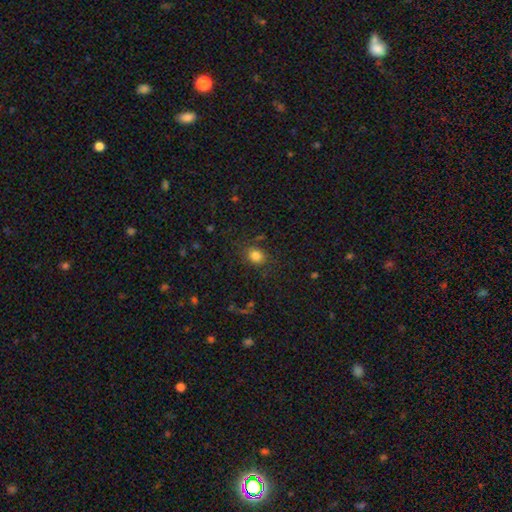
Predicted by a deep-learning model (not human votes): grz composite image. It shows a smooth galaxy with no disk features (82%) that is round (61%). Merging: none (82%).